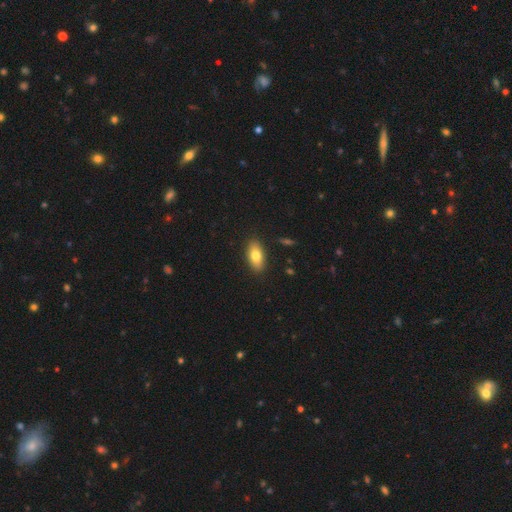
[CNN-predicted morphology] Q: Smooth or featured?
A: smooth (77%); runner-up: featured or disk (16%)
Q: How rounded?
A: in between (88%); runner-up: cigar-shaped (8%)
Q: Merging?
A: none (88%); runner-up: minor disturbance (9%)